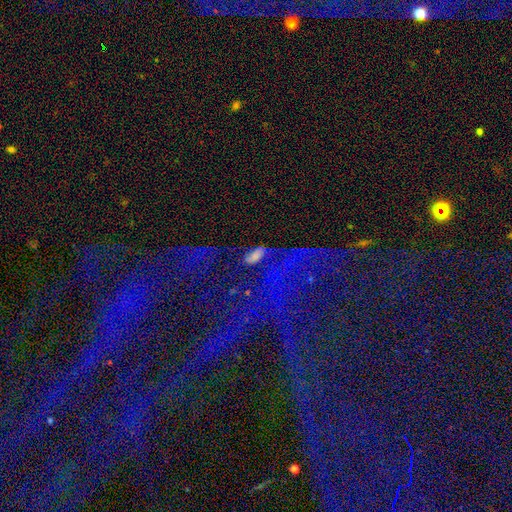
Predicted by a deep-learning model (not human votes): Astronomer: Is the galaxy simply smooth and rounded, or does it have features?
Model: star or artifact — 45% (runner-up: smooth, 37%).